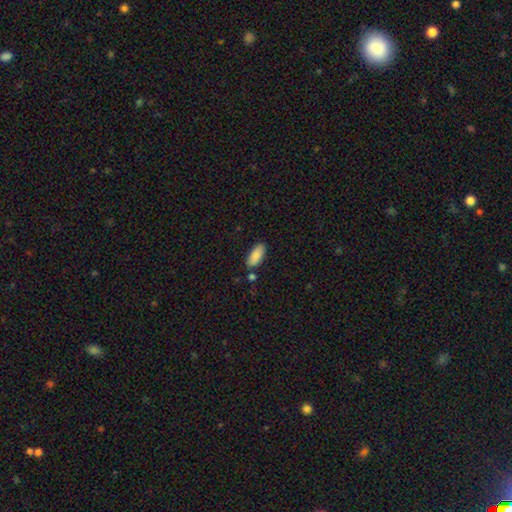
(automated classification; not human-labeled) A smooth galaxy with no disk features (88%) that is in between round and cigar-shaped (82%).

Vote fractions:
- Smooth or featured? smooth: 88% / star or artifact: 6% / featured or disk: 6%
- How rounded? in between: 82% / cigar-shaped: 16% / round: 2%
- Merging? none: 79% / minor disturbance: 13% / merger: 6% / major disturbance: 3%